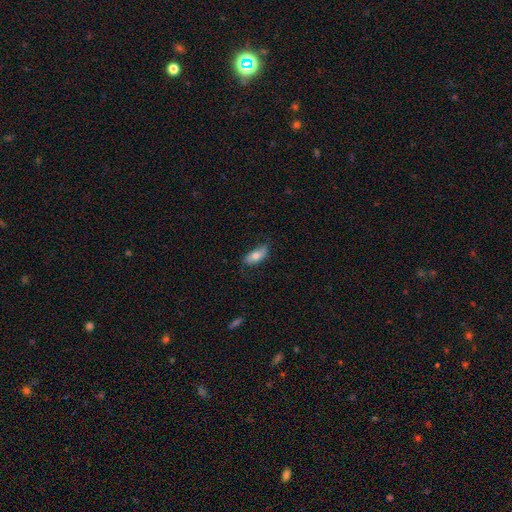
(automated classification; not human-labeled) A smooth galaxy with no disk features (70%) that is in between round and cigar-shaped (81%). Merging: none (75%).